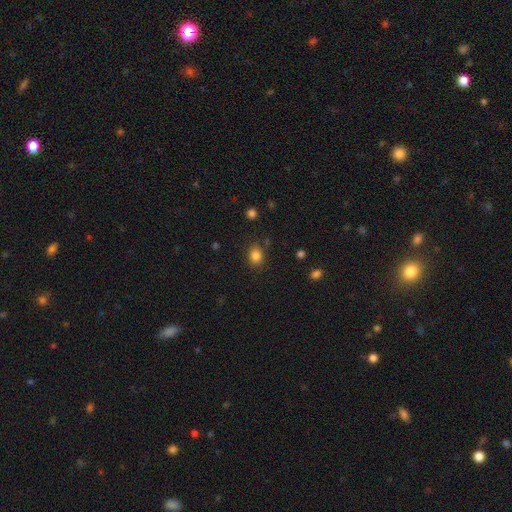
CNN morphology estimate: type=smooth (83%); roundness=round (58%); merging=none (83%).